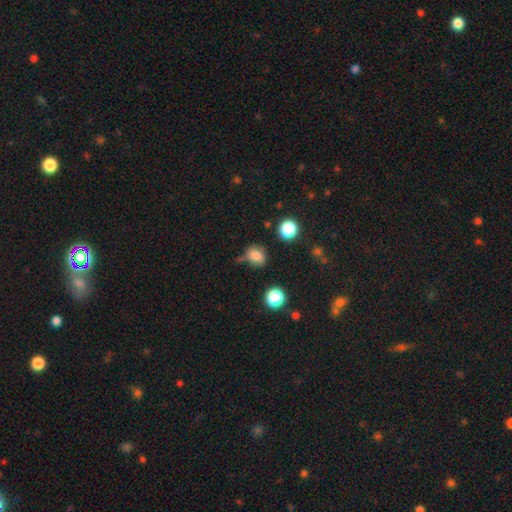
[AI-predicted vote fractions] The model was most divided on "how rounded": round: 62%, in between: 37%, cigar-shaped: 1%. More confident: smooth or featured — smooth (80%); merging — none (58%).